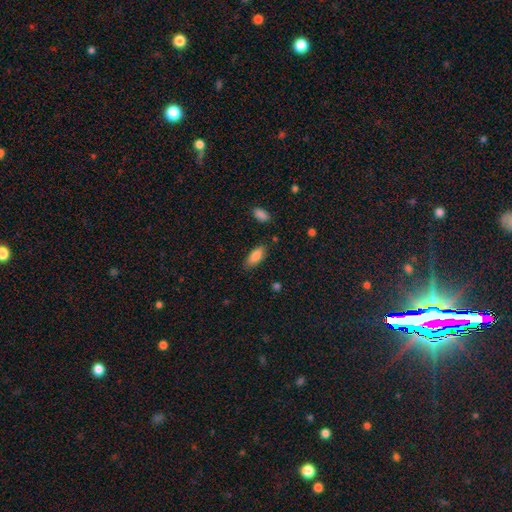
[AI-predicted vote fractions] A smooth galaxy with no disk features (85%) that is in between round and cigar-shaped (76%).

Vote fractions:
- Smooth or featured? smooth: 85% / featured or disk: 8% / star or artifact: 7%
- How rounded? in between: 76% / cigar-shaped: 22% / round: 2%
- Merging? none: 82% / minor disturbance: 13% / major disturbance: 3% / merger: 2%